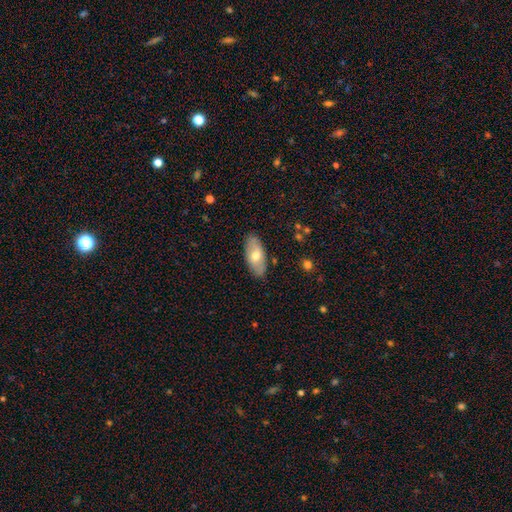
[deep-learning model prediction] The model was most divided on "smooth or featured": smooth: 63%, featured or disk: 31%, star or artifact: 6%. More confident: how rounded — in between (90%); merging — none (85%).